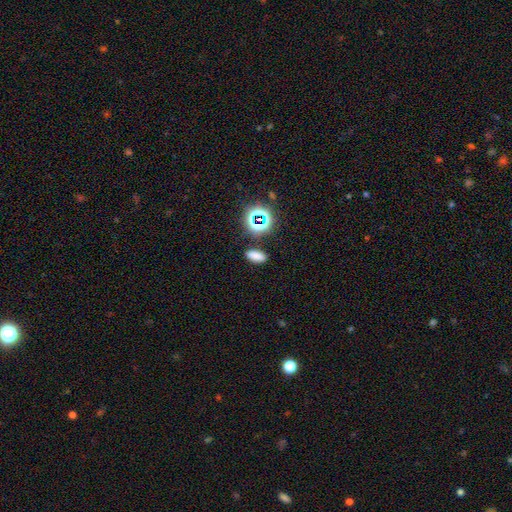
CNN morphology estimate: A smooth galaxy with no disk features (74%) that is in between round and cigar-shaped (76%).

Vote fractions:
- Smooth or featured? smooth: 74% / star or artifact: 20% / featured or disk: 6%
- How rounded? in between: 76% / cigar-shaped: 16% / round: 9%
- Merging? none: 86% / minor disturbance: 8% / merger: 3% / major disturbance: 3%